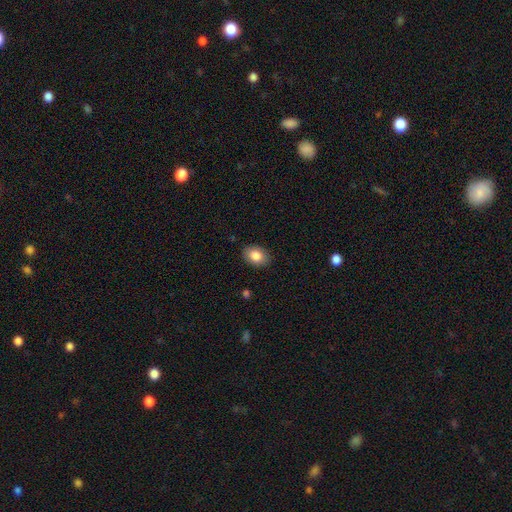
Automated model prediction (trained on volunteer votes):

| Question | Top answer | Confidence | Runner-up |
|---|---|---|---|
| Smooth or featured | smooth | 84% | featured or disk (8%) |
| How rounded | in between | 75% | round (24%) |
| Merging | none | 87% | minor disturbance (10%) |